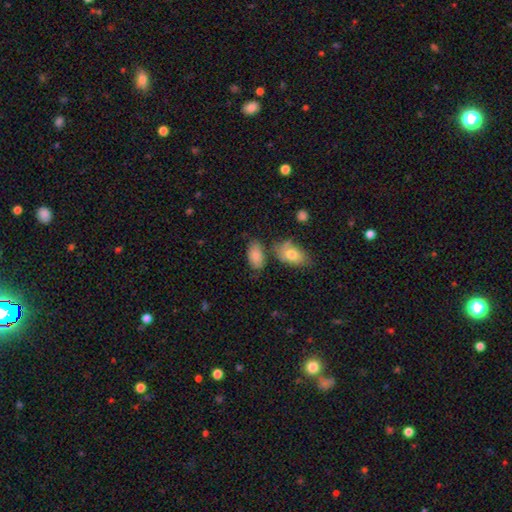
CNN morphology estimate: Smooth or featured? Predicted: smooth (p=0.82). How rounded? Predicted: in between (p=0.93). Merging? Predicted: none (p=0.63).